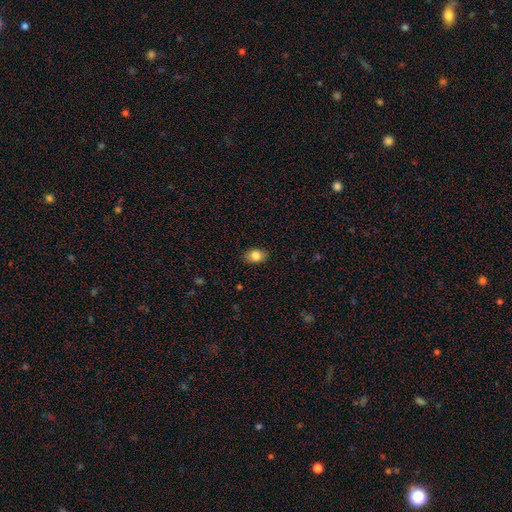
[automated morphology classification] smooth_or_featured: smooth (p=0.84) [alt: star or artifact p=0.08]
how_rounded: in between (p=0.78) [alt: round p=0.21]
merging: none (p=0.86) [alt: minor disturbance p=0.11]